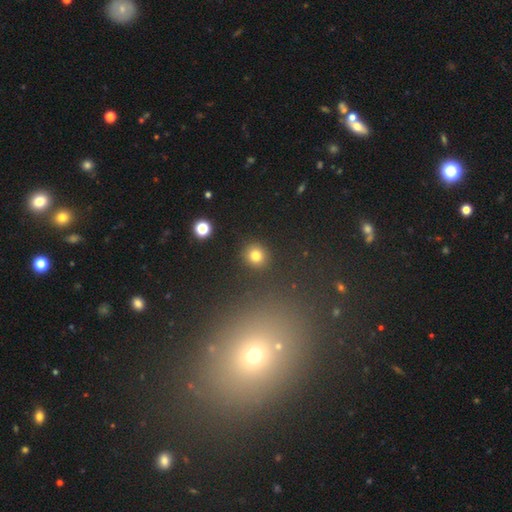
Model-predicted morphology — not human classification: smooth-or-featured: smooth: 80% | star or artifact: 14% | featured or disk: 6%
  how-rounded: round: 90% | in between: 9% | cigar-shaped: 1%
  merging: none: 90% | minor disturbance: 6% | major disturbance: 2% | merger: 2%